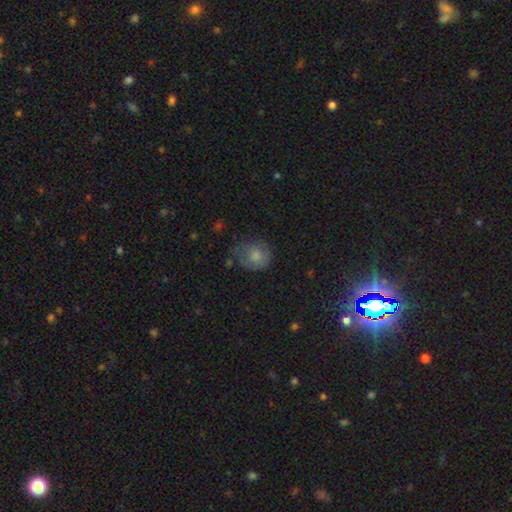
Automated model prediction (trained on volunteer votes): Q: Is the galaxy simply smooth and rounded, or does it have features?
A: smooth — 67%.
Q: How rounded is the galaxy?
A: round — 69%.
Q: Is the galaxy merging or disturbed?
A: none — 47%.